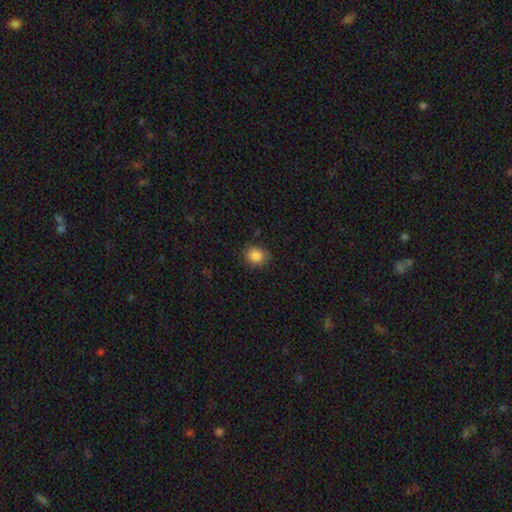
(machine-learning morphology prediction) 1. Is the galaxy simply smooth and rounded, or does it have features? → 86% smooth, 10% star or artifact, 4% featured or disk.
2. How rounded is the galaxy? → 72% round, 27% in between, 1% cigar-shaped.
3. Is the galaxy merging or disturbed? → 85% none, 11% minor disturbance, 3% major disturbance, 1% merger.